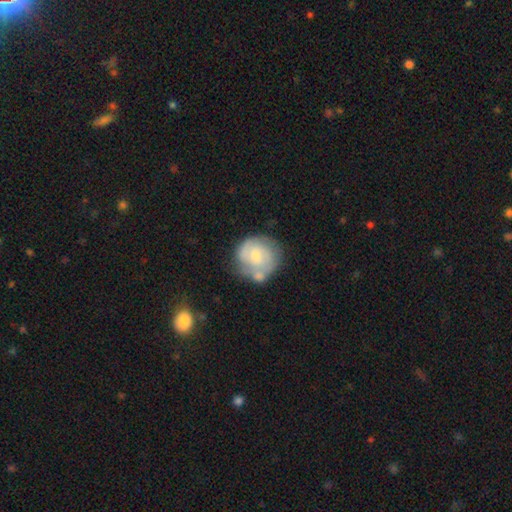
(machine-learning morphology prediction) Overall: smooth (49%; featured or disk 45%). Merging: none (43%; merger 26%).